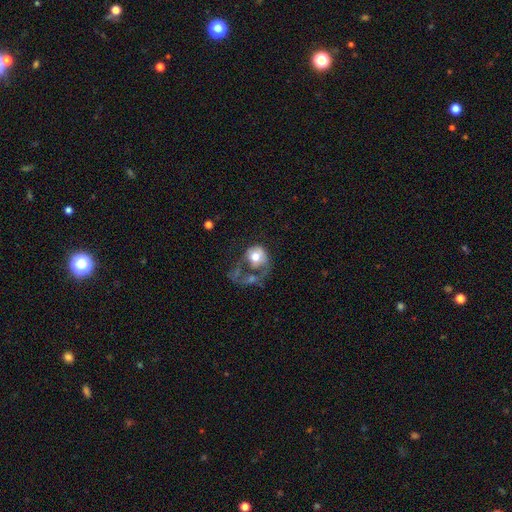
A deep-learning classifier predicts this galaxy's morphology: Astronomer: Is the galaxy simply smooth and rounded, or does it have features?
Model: smooth — 51% (runner-up: featured or disk, 41%).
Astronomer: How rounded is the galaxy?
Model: round — 61% (runner-up: in between, 38%).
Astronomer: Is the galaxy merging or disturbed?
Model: major disturbance — 54%.